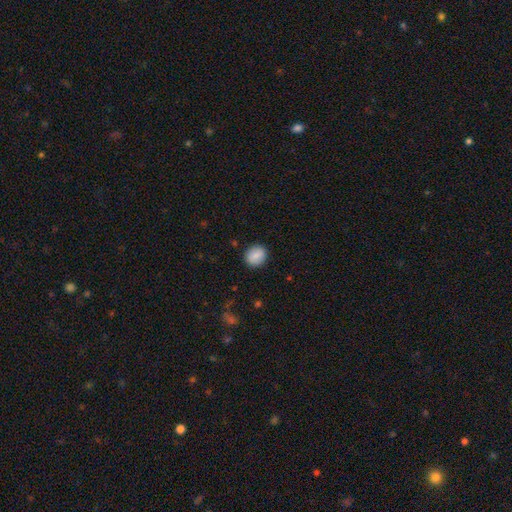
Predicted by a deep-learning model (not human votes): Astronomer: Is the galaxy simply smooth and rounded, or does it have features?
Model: smooth — 87%.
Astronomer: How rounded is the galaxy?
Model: round — 76%.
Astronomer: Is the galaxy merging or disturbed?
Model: none — 89%.